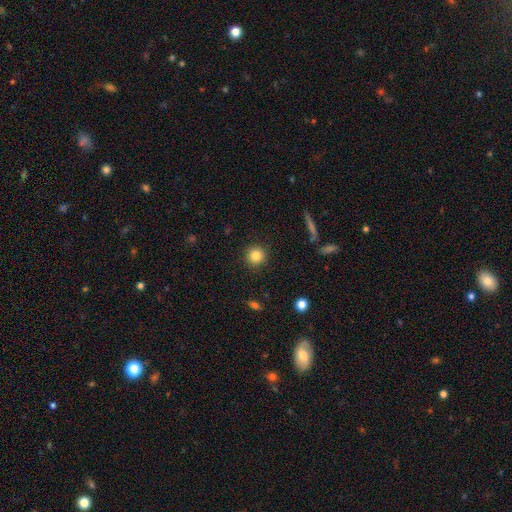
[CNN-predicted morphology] This is clearly a smooth galaxy (84%). How rounded: clearly round (94%). Merging: clearly none (91%).